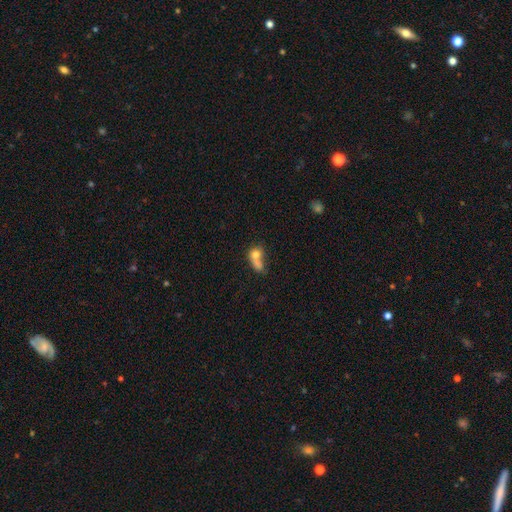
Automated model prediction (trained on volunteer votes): Q: Smooth or featured?
A: smooth (70%); runner-up: featured or disk (19%)
Q: How rounded?
A: round (49%); runner-up: in between (48%)
Q: Merging?
A: merger (60%); runner-up: none (19%)